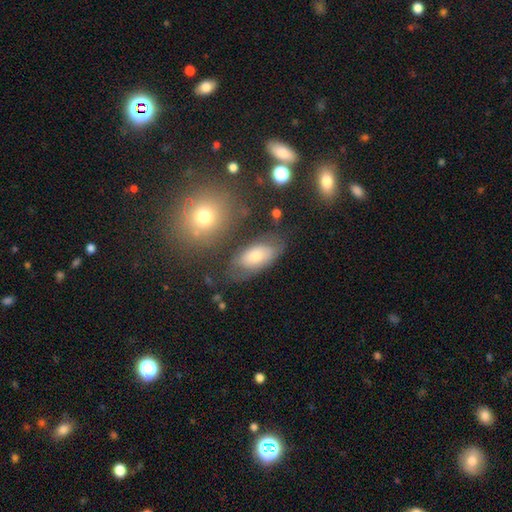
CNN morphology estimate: Overall: smooth (62%; featured or disk 27%). How rounded: in between (90%). Merging: none (65%).